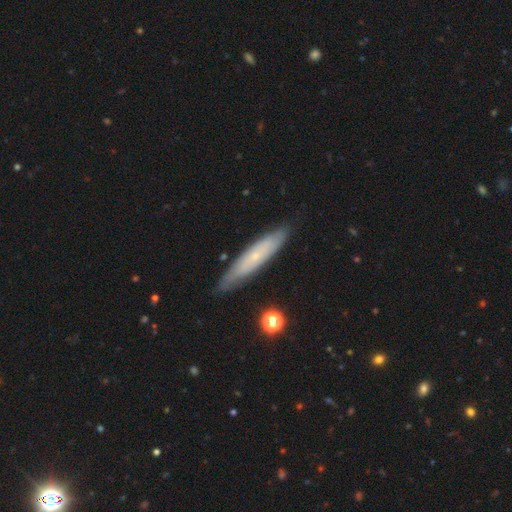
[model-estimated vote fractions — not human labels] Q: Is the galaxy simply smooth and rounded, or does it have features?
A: featured or disk — 51%.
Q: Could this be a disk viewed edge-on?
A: yes — 62%.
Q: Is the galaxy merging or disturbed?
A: none — 84%.